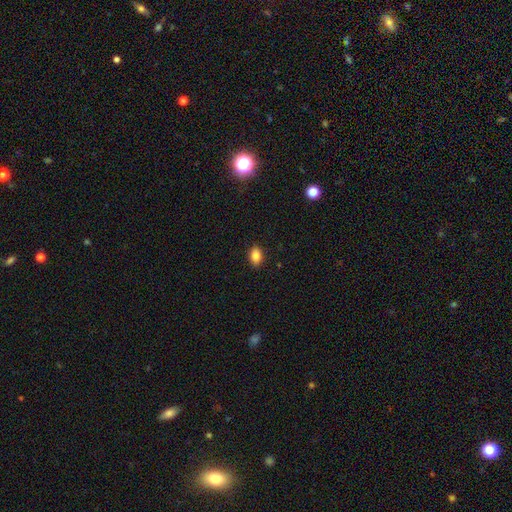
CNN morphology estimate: Overall: smooth (86%). How rounded: in between (83%). Merging: none (89%).